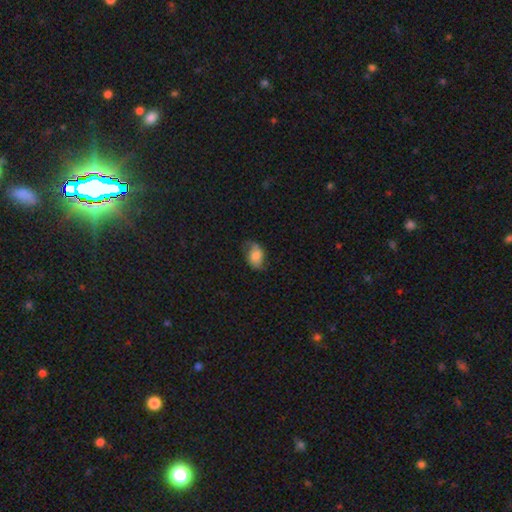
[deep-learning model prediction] This is likely a smooth galaxy (68%). How rounded: clearly in between (80%). Merging: likely none (61%).